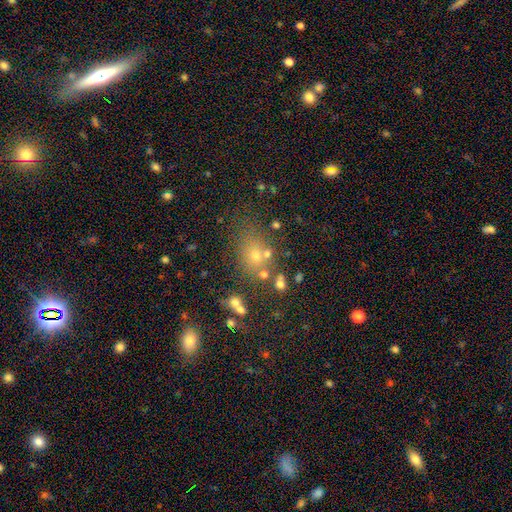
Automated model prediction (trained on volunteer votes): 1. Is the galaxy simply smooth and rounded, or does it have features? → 59% smooth, 25% star or artifact, 16% featured or disk.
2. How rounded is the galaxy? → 49% in between (tied), 49% round (tied), 2% cigar-shaped.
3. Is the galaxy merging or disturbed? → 61% none, 17% merger, 14% minor disturbance, 7% major disturbance.